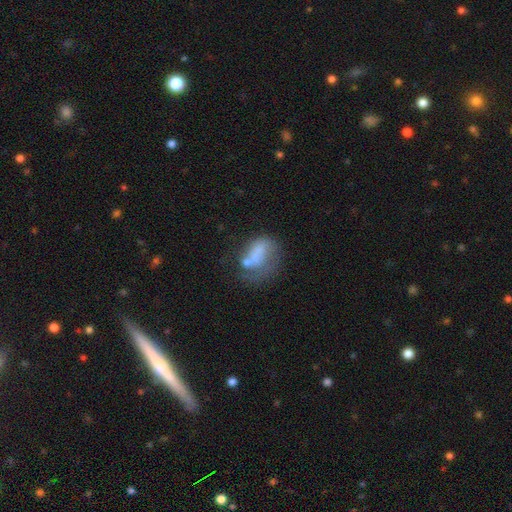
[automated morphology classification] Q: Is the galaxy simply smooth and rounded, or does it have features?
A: smooth — 47%.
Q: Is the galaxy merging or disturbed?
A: major disturbance — 37%.